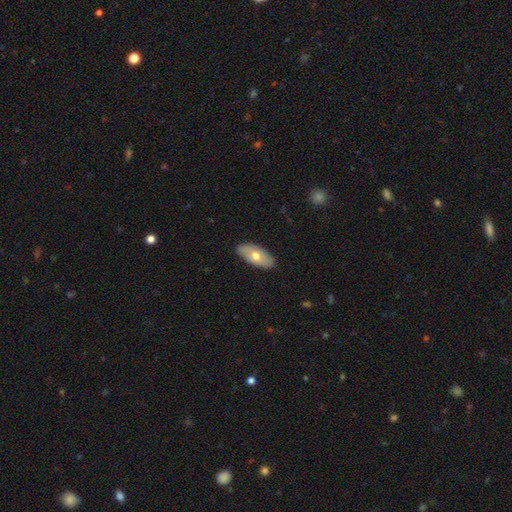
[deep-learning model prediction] A smooth galaxy with no disk features (61%) that is in between round and cigar-shaped (91%). Merging: none (86%).